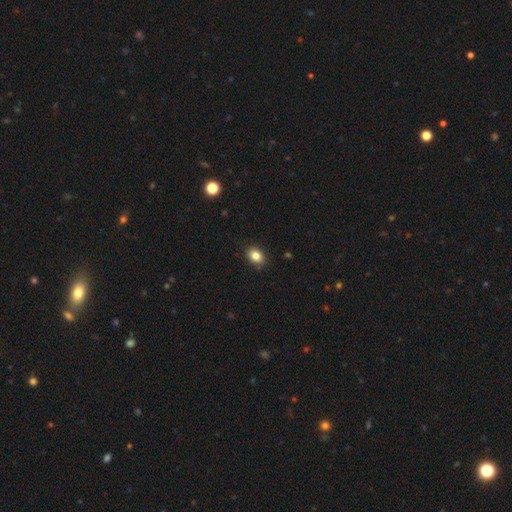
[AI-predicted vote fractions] smooth-or-featured: smooth: 85% | star or artifact: 9% | featured or disk: 6%
  how-rounded: in between: 70% | round: 29% | cigar-shaped: 1%
  merging: none: 88% | minor disturbance: 9% | major disturbance: 2% | merger: 1%